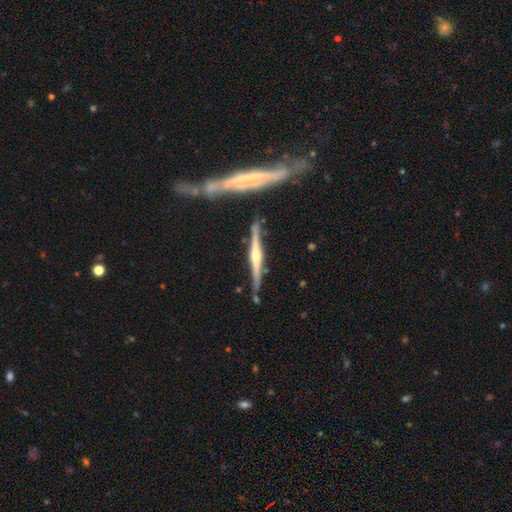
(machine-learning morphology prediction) smooth_or_featured: featured or disk (p=0.81) [alt: smooth p=0.14]
disk_edge_on: yes (p=0.97) [alt: no p=0.03]
edge_on_bulge: rounded (p=0.84) [alt: none p=0.09]
merging: none (p=0.80) [alt: minor disturbance p=0.11]